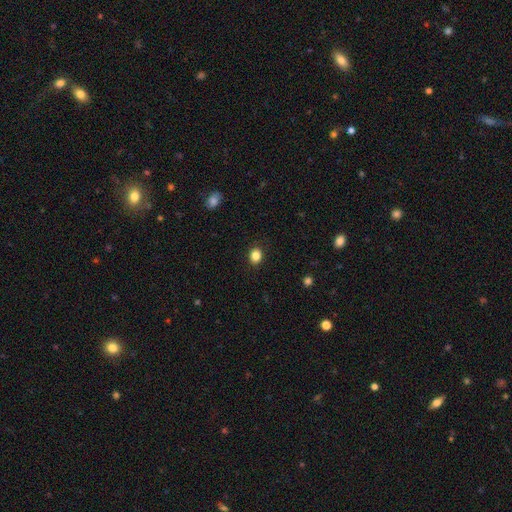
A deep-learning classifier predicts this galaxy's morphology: Smooth or featured? smooth (85%)
How rounded? round (53%)
Merging? none (89%)